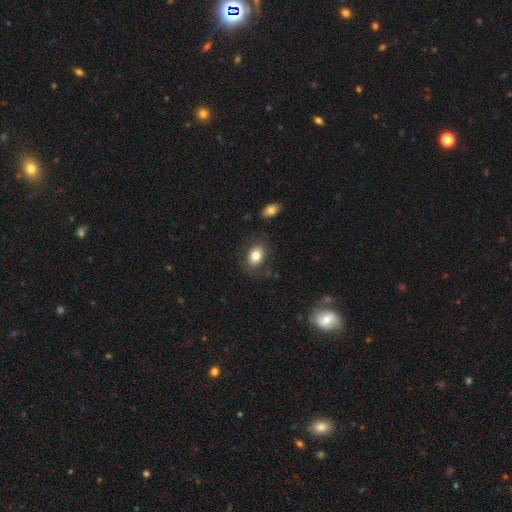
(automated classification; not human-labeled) This is clearly a smooth galaxy (81%). How rounded: likely in between (76%). Merging: clearly none (81%).